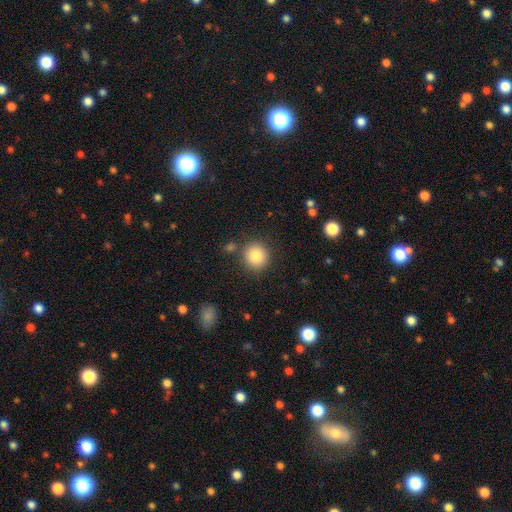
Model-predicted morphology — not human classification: smooth-or-featured: smooth: 85% | star or artifact: 9% | featured or disk: 6%
  how-rounded: round: 89% | in between: 10% | cigar-shaped: 1%
  merging: none: 84% | minor disturbance: 8% | merger: 5% | major disturbance: 3%